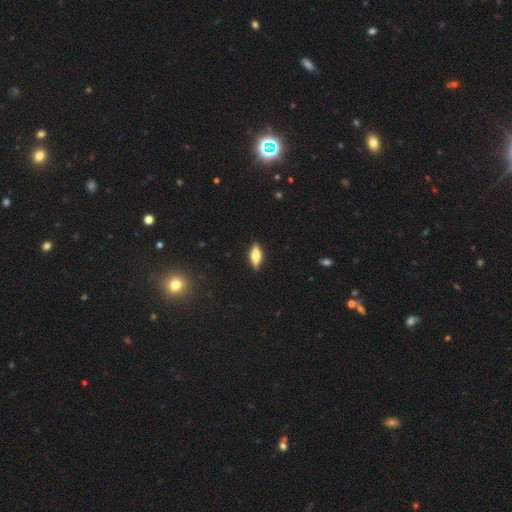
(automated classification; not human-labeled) Overall: smooth (53%; featured or disk 40%). How rounded: in between (61%; cigar-shaped 36%). Merging: none (87%).